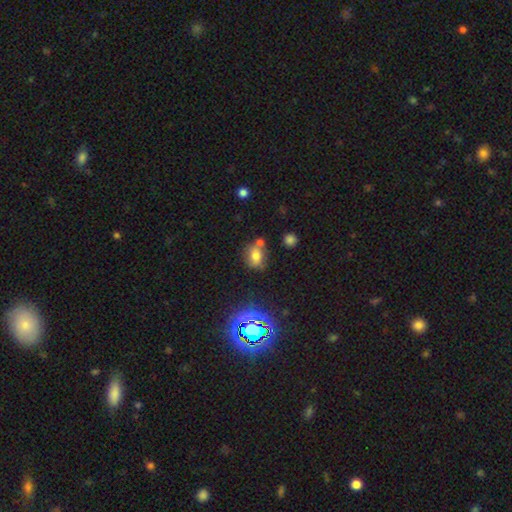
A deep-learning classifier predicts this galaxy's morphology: This is likely a smooth galaxy (66%). How rounded: possibly in between (56%). Merging: possibly none (56%).